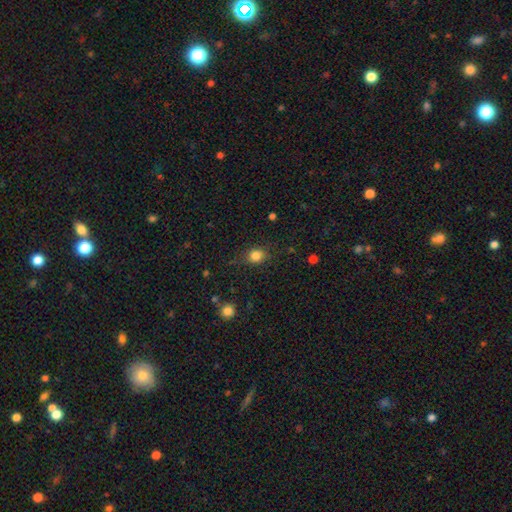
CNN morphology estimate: type=smooth (83%); roundness=round (70%); merging=none (80%).